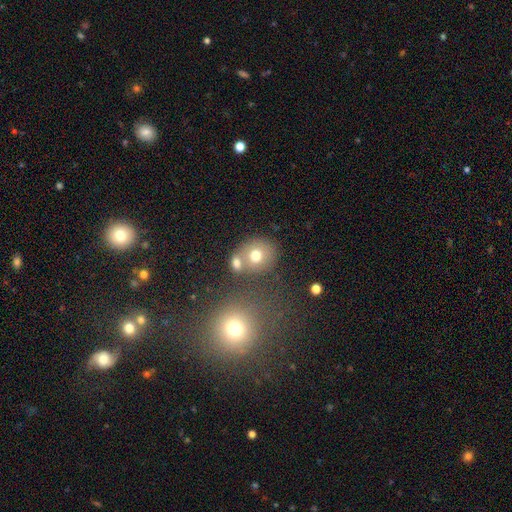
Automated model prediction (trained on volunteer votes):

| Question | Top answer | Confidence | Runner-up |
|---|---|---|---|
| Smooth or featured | smooth | 70% | featured or disk (17%) |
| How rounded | round | 74% | in between (25%) |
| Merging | none | 50% | merger (33%) |